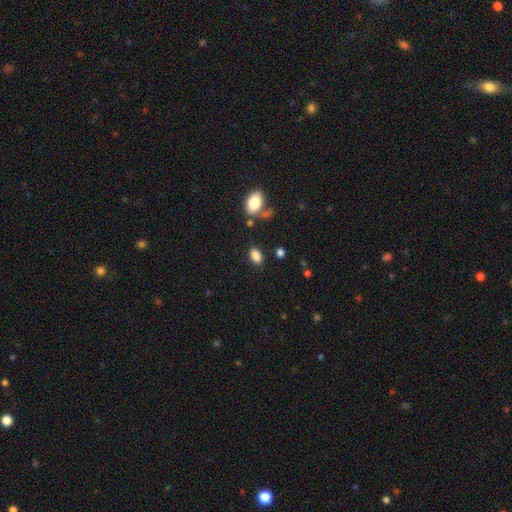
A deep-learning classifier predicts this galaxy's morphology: Q: Smooth or featured?
A: smooth (86%); runner-up: star or artifact (9%)
Q: How rounded?
A: in between (89%); runner-up: round (9%)
Q: Merging?
A: none (81%); runner-up: minor disturbance (11%)